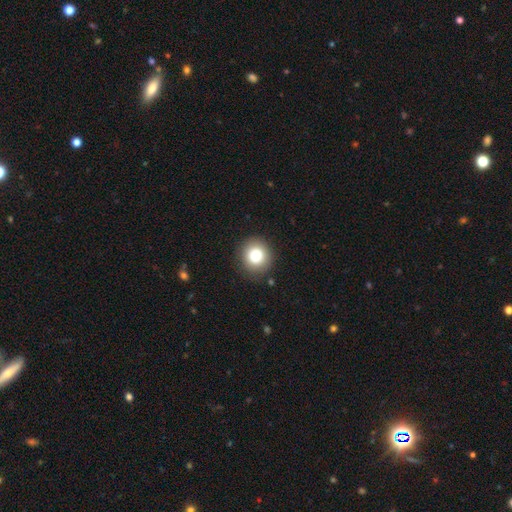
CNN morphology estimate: This is likely a smooth galaxy (80%). How rounded: clearly round (90%). Merging: clearly none (89%).